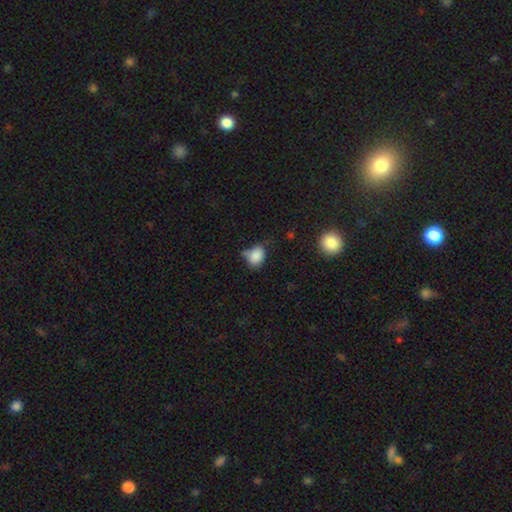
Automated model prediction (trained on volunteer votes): A smooth galaxy with no disk features (82%) that is in between round and cigar-shaped (54%).

Vote fractions:
- Smooth or featured? smooth: 82% / star or artifact: 11% / featured or disk: 7%
- How rounded? in between: 54% / round: 45% / cigar-shaped: 1%
- Merging? none: 41% / minor disturbance: 36% / major disturbance: 13% / merger: 10%